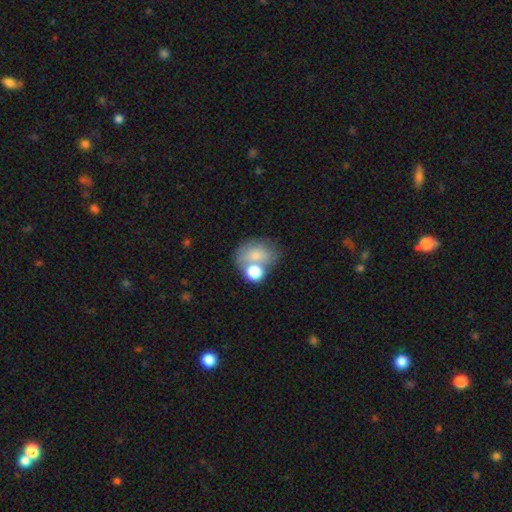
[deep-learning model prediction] A smooth galaxy with no disk features (69%) that is in between round and cigar-shaped (55%). Merging: merger (40%).